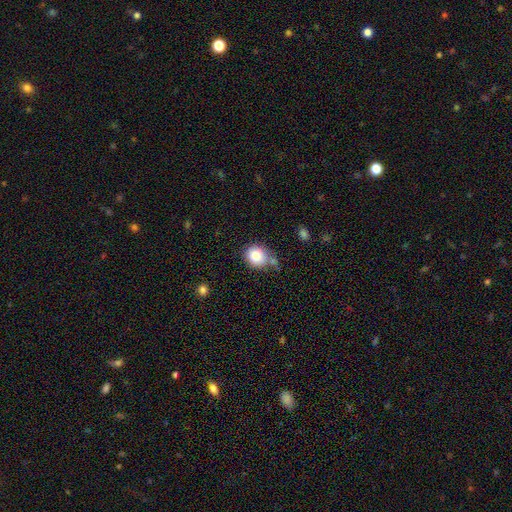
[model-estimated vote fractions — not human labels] Morphology: type=smooth (83%); roundness=round (76%); merging=none (59%).